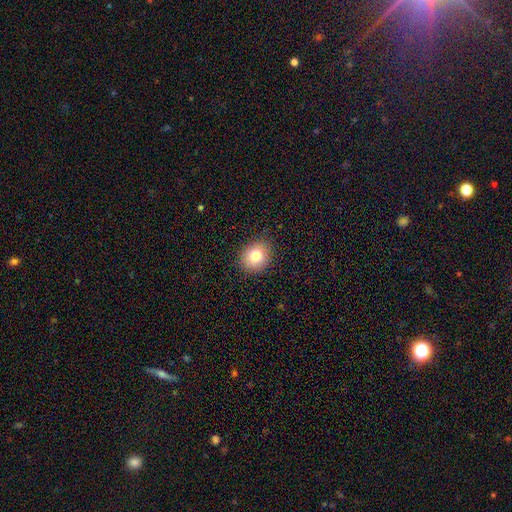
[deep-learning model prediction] Smooth or featured? smooth (80%)
How rounded? round (68%)
Merging? none (88%)